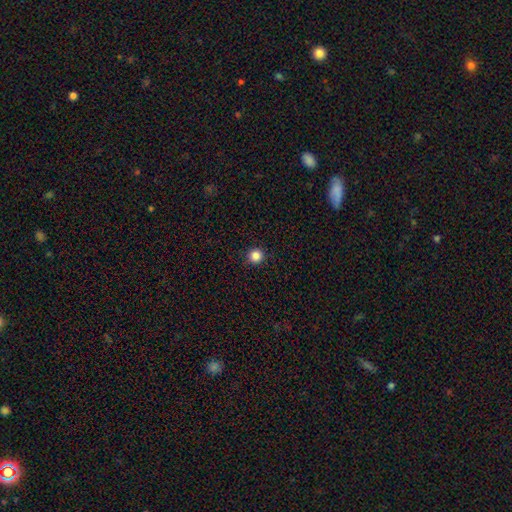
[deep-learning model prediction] Overall: smooth (85%). How rounded: round (95%). Merging: none (93%).